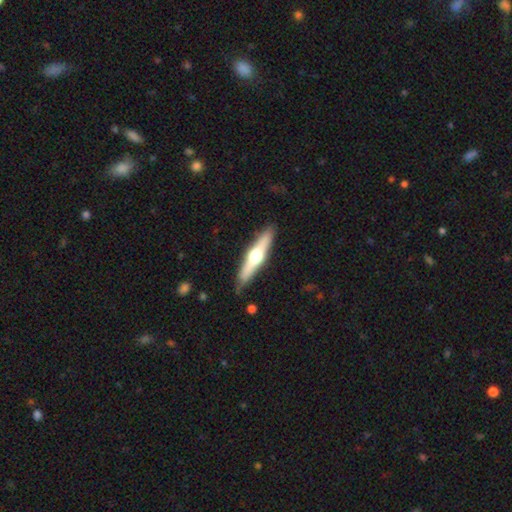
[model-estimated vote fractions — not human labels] Smooth or featured: featured or disk — 61% (smooth — 34%)
Edge-on disk: yes — 95% (no — 5%)
Edge-on bulge: rounded — 94% (boxy — 3%)
Merging: none — 86% (minor disturbance — 10%)